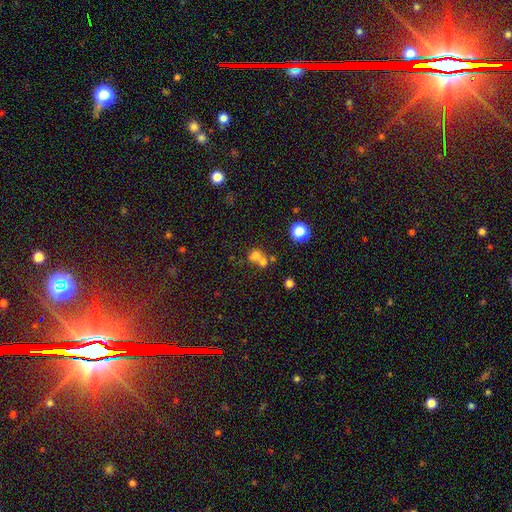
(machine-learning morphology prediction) This appears to be a smooth galaxy with no disk features (63%) that is round (70%). Merging: merger (56%).